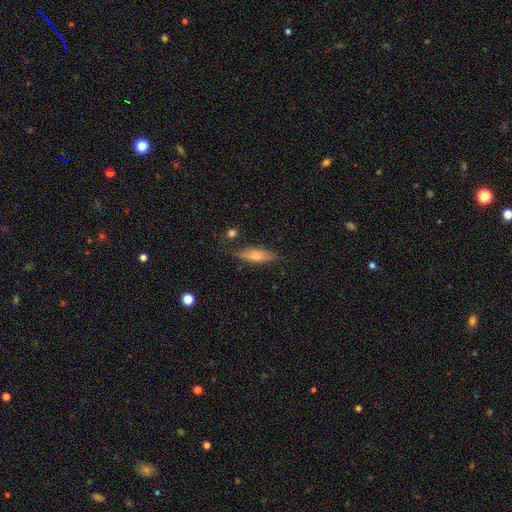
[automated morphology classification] A featured or disk galaxy (47%). Merging: none (74%).